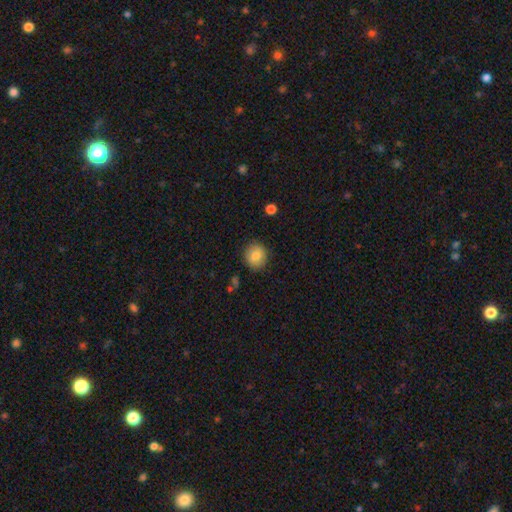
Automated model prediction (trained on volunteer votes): Smooth or featured? smooth (82%)
How rounded? round (78%)
Merging? none (87%)